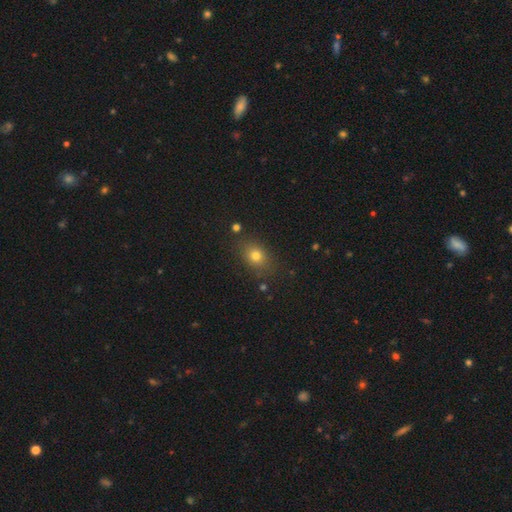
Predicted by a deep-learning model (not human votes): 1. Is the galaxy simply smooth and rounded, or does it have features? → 75% smooth, 15% star or artifact, 10% featured or disk.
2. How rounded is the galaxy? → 56% in between, 43% round, 2% cigar-shaped.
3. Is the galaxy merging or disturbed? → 81% none, 12% minor disturbance, 4% major disturbance, 3% merger.